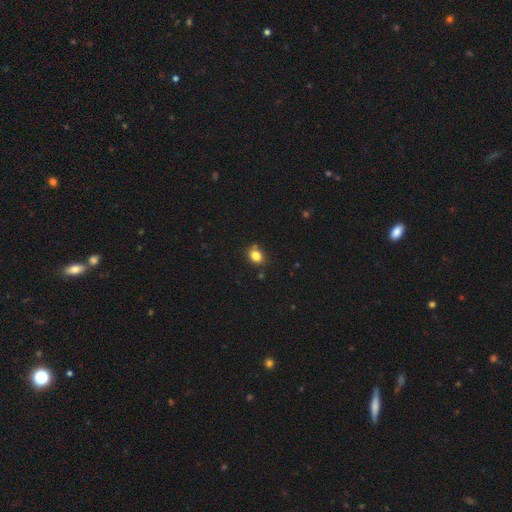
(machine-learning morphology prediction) Overall: smooth (83%). How rounded: in between (53%; round 46%). Merging: none (73%).